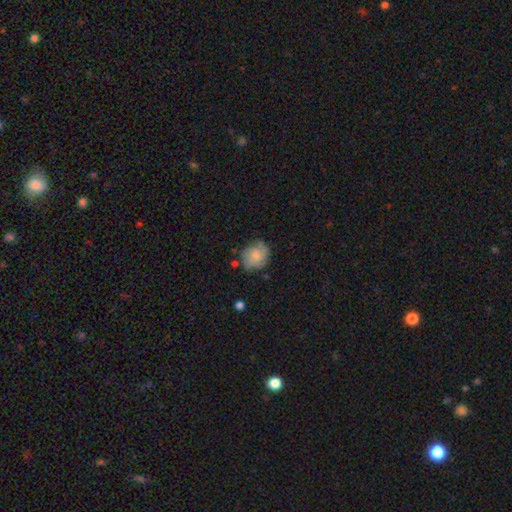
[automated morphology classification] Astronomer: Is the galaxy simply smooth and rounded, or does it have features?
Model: smooth — 59%.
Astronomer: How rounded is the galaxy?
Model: round — 70%.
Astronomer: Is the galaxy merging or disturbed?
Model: none — 64%.